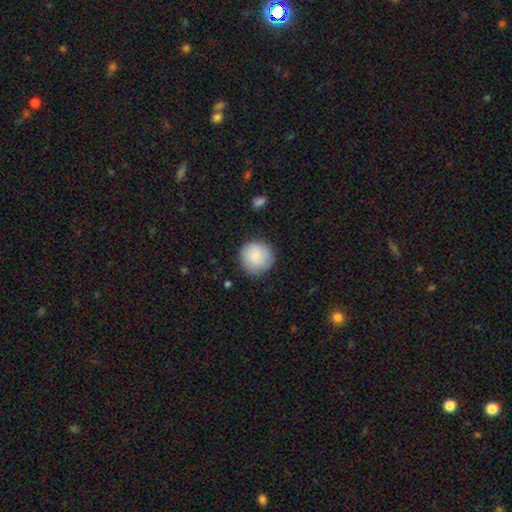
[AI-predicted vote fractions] Smooth or featured: smooth — 80% (featured or disk — 14%)
How rounded: round — 93% (in between — 6%)
Merging: none — 83% (minor disturbance — 13%)